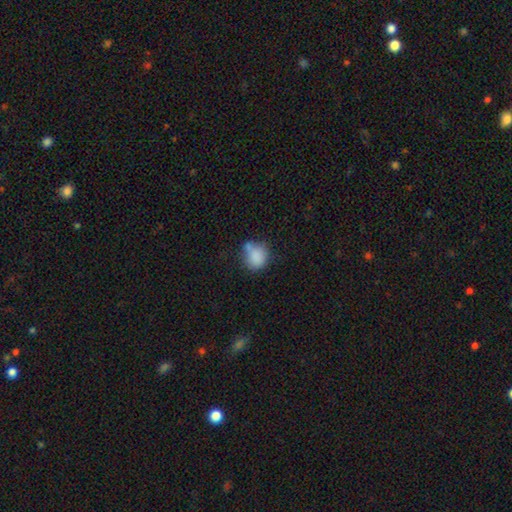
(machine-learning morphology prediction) type=smooth (83%); roundness=round (69%); merging=none (46%).